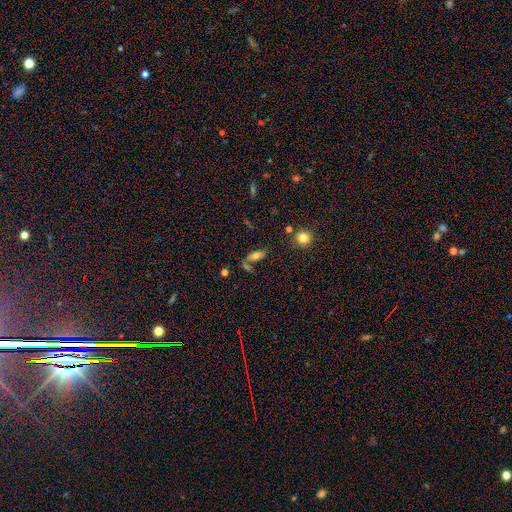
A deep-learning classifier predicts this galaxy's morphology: A smooth galaxy with no disk features (65%) that is in between round and cigar-shaped (81%).

Vote fractions:
- Smooth or featured? smooth: 65% / featured or disk: 23% / star or artifact: 12%
- How rounded? in between: 81% / cigar-shaped: 15% / round: 5%
- Merging? none: 57% / merger: 17% / minor disturbance: 17% / major disturbance: 9%